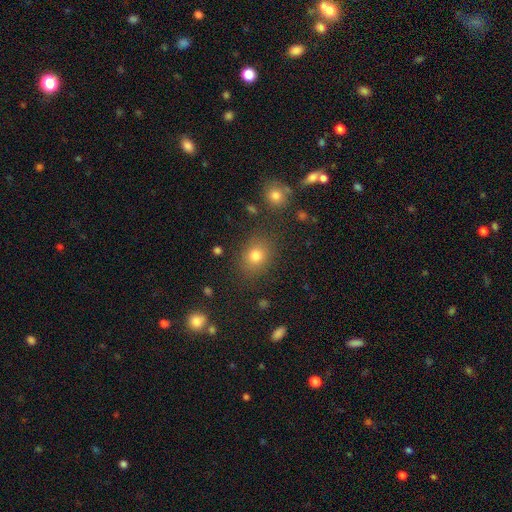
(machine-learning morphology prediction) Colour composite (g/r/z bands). It shows a smooth galaxy with no disk features (77%) that is round (58%). Merging: none (83%).